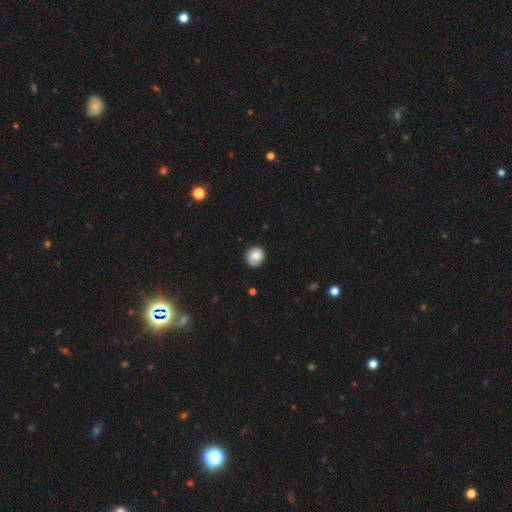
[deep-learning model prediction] Smooth or featured? Predicted: smooth (p=0.80). How rounded? Predicted: round (p=0.83). Merging? Predicted: none (p=0.76).